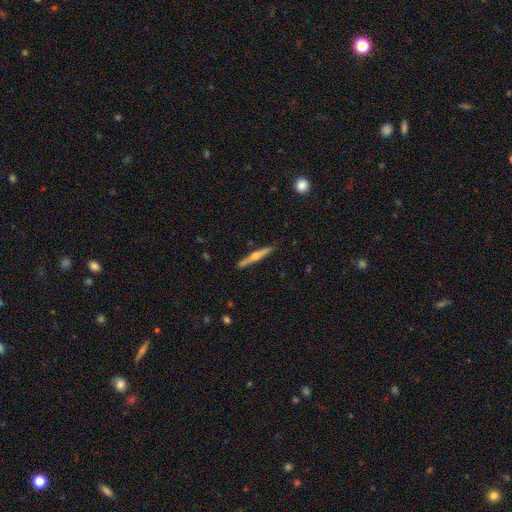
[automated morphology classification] smooth-or-featured: featured or disk: 68% | smooth: 26% | star or artifact: 6%
  disk-edge-on: yes: 97% | no: 3%
    edge-on-bulge: rounded: 86% | none: 10% | boxy: 4%
  merging: none: 90% | minor disturbance: 7% | major disturbance: 1% | merger: 1%